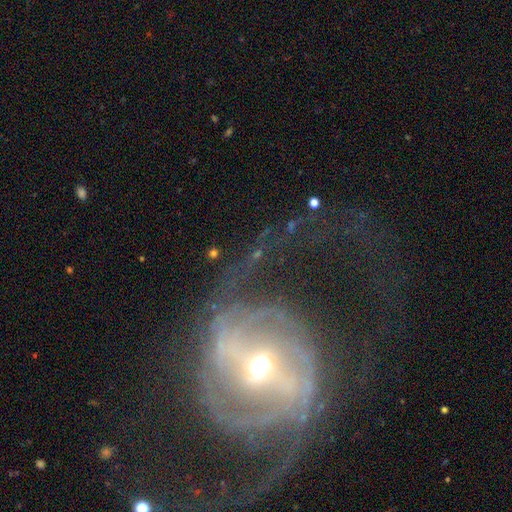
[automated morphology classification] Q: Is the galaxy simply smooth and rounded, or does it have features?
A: featured or disk — 84%.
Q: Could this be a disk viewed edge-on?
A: no — 95%.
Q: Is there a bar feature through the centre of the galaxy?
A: strong — 44%.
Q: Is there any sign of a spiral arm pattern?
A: yes — 87%.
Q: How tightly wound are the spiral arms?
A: medium — 39%.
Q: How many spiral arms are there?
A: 2 — 55%.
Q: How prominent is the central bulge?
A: moderate — 58%.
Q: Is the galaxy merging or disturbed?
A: none — 44%.